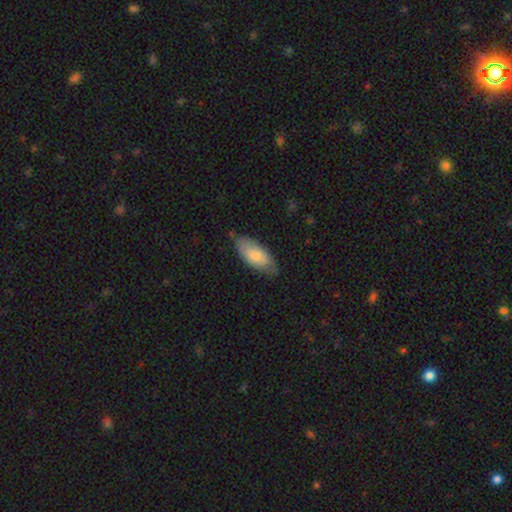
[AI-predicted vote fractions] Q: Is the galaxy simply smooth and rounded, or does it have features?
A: smooth — 78%.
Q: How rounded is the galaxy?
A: in between — 87%.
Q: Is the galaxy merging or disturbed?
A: none — 70%.